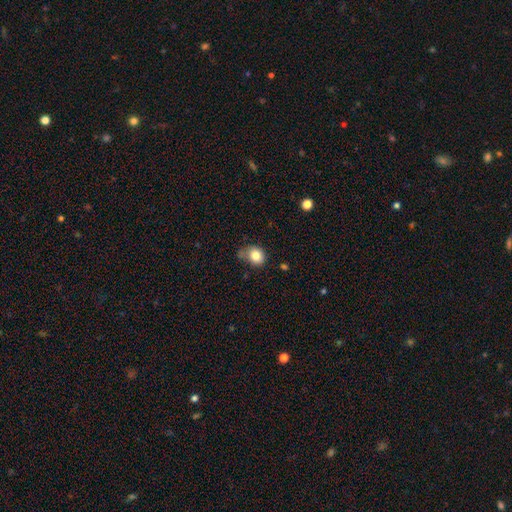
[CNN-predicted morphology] This is clearly a smooth galaxy (82%). How rounded: likely round (63%). Merging: possibly none (58%).